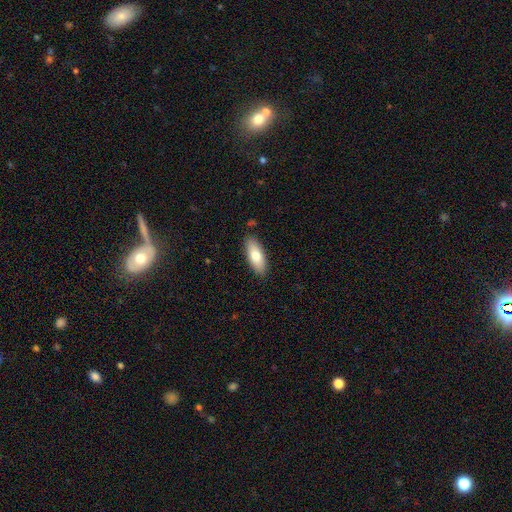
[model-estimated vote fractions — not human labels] The model was most divided on "smooth or featured": smooth: 73%, featured or disk: 20%, star or artifact: 6%. More confident: merging — none (87%); how rounded — in between (77%).